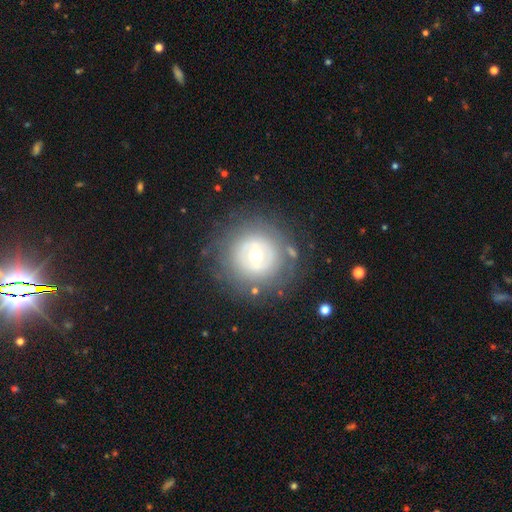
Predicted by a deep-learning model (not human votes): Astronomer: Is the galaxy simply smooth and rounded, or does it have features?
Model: featured or disk — 64%.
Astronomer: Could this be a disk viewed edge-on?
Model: no — 96%.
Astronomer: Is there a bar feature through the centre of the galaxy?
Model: weak — 41% (runner-up: no, 36%).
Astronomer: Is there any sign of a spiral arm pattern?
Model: no — 65%.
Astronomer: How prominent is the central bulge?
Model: moderate — 67%.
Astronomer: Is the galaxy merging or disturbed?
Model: none — 79%.